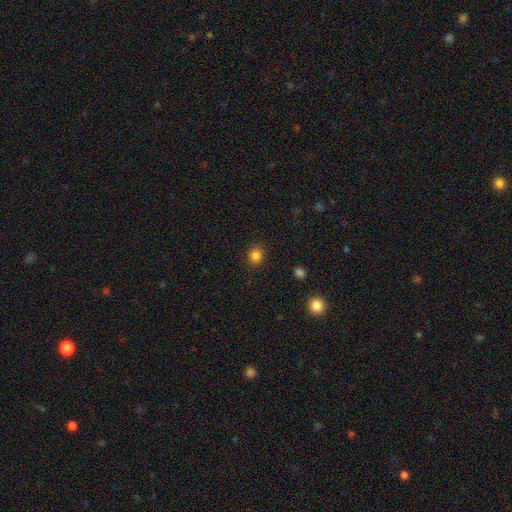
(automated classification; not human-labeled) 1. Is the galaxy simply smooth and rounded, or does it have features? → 84% smooth, 12% star or artifact, 4% featured or disk.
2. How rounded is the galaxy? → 76% round, 23% in between, 1% cigar-shaped.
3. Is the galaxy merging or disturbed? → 88% none, 8% minor disturbance, 3% major disturbance, 1% merger.